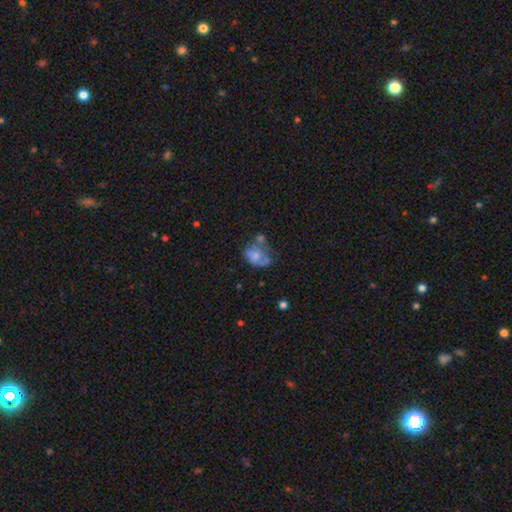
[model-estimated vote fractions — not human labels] Smooth or featured? smooth (55%)
How rounded? in between (61%)
Merging? none (28%)